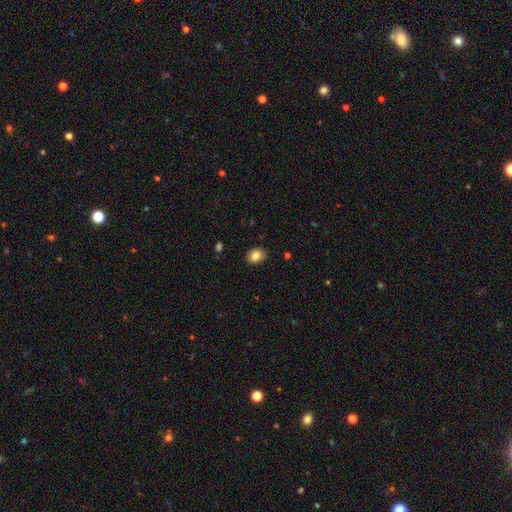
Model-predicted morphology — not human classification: Q: Smooth or featured?
A: smooth (84%); runner-up: star or artifact (8%)
Q: How rounded?
A: in between (66%); runner-up: round (34%)
Q: Merging?
A: none (88%); runner-up: minor disturbance (9%)